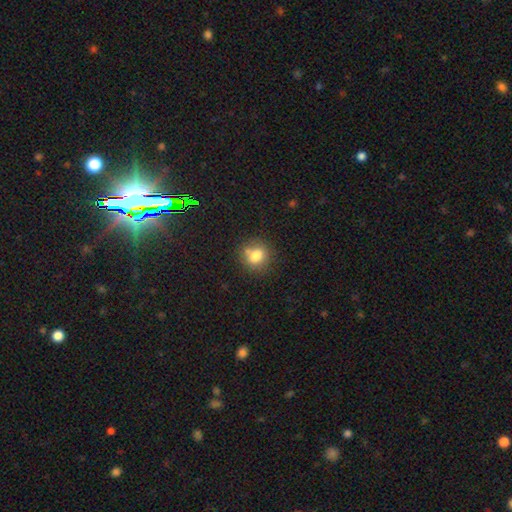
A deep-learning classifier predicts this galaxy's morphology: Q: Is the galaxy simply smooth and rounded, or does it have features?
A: smooth — 78%.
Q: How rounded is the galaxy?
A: round — 74%.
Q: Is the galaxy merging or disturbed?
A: none — 68%.